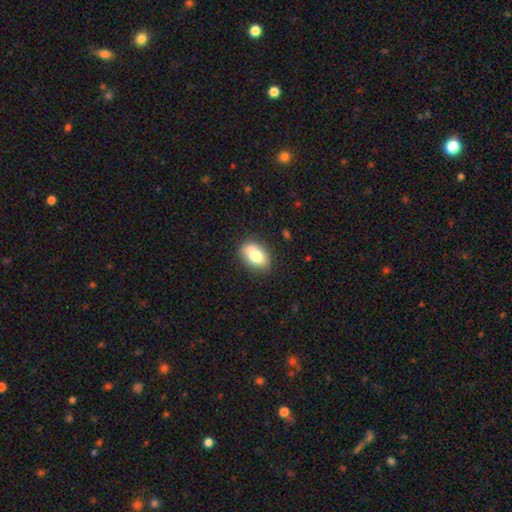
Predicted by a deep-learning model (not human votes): Morphology: type=smooth (77%); roundness=in between (84%); merging=none (77%).